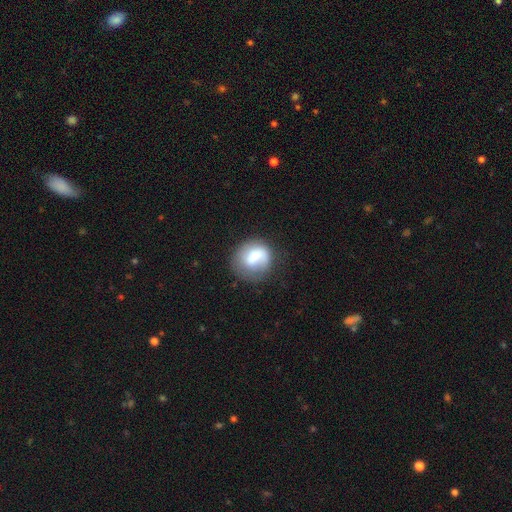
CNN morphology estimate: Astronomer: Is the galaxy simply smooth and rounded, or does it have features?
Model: smooth — 65%.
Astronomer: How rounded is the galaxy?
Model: round — 77%.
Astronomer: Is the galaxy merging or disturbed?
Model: none — 59%.